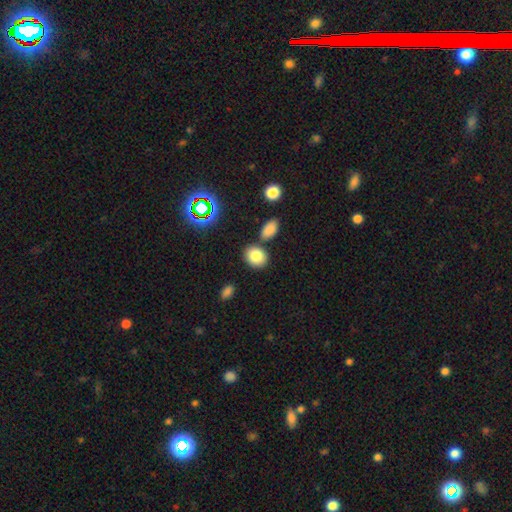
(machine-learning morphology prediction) smooth 80%, star or artifact 11%, featured or disk 9%. Down the decision tree: how rounded — in between (52%); merging — none (75%).